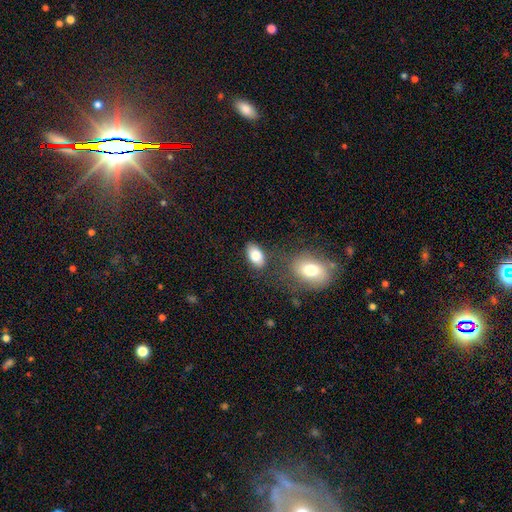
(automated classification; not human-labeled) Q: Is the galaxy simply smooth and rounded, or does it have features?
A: smooth — 84%.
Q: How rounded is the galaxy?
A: in between — 92%.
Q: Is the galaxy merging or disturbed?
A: none — 73%.